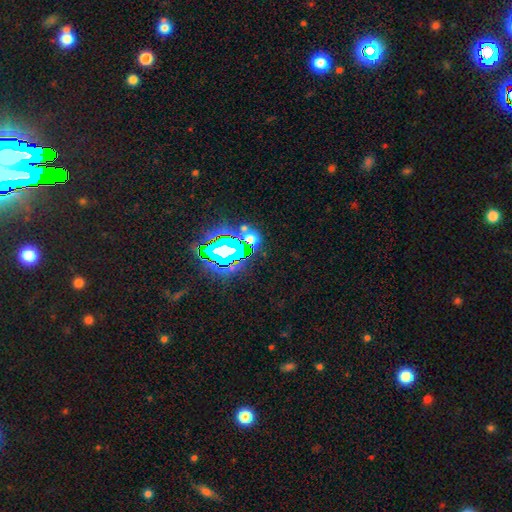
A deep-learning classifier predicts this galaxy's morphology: Overall: star or artifact (80%).